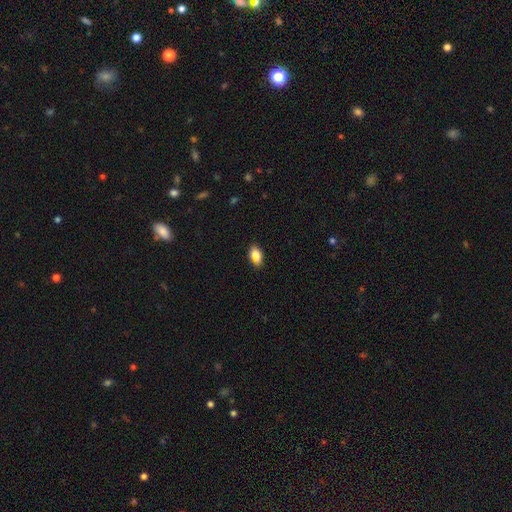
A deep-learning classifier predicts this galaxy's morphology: smooth 72%, star or artifact 15%, featured or disk 13%. Down the decision tree: how rounded — in between (81%); merging — none (68%).